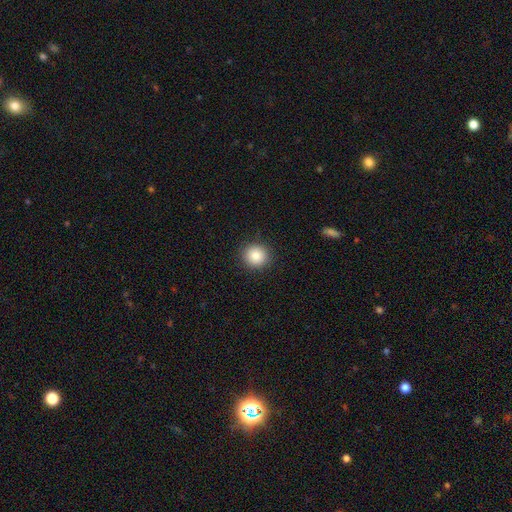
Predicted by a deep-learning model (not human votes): smooth-or-featured: smooth: 87% | star or artifact: 9% | featured or disk: 4%
  how-rounded: round: 92% | in between: 8% | cigar-shaped: 1%
  merging: none: 91% | minor disturbance: 6% | major disturbance: 2% | merger: 1%